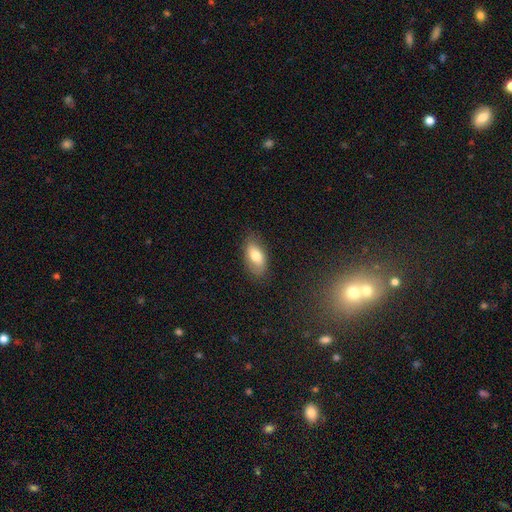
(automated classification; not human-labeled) Smooth or featured: smooth — 74% (featured or disk — 19%)
How rounded: in between — 92% (cigar-shaped — 5%)
Merging: none — 79% (minor disturbance — 16%)